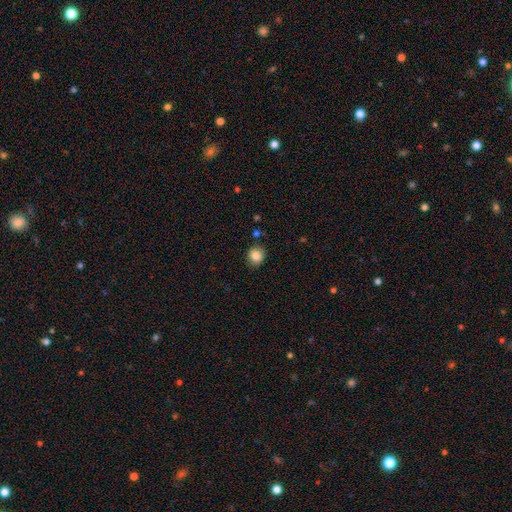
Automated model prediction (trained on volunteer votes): A smooth galaxy with no disk features (84%) that is round (79%).

Vote fractions:
- Smooth or featured? smooth: 84% / star or artifact: 10% / featured or disk: 6%
- How rounded? round: 79% / in between: 20% / cigar-shaped: 1%
- Merging? none: 84% / minor disturbance: 11% / major disturbance: 2% / merger: 2%